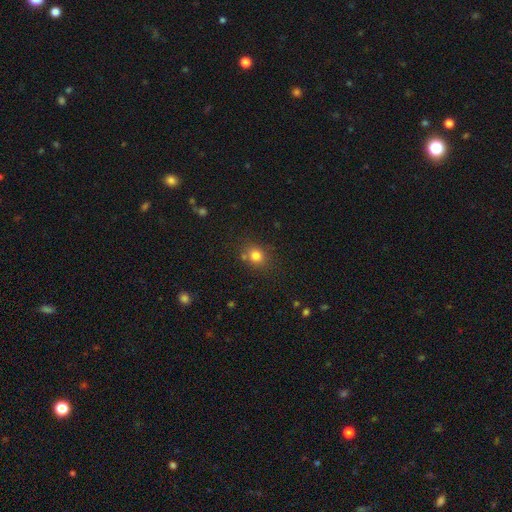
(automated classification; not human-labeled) This is likely a smooth galaxy (79%). How rounded: likely round (72%). Merging: likely none (74%).